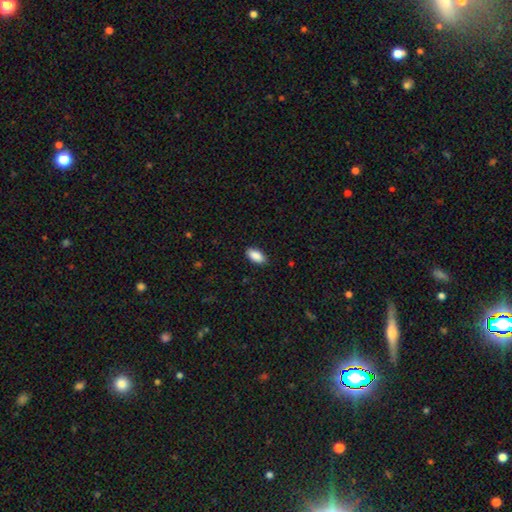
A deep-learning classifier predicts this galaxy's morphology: Smooth or featured? smooth (90%)
How rounded? in between (92%)
Merging? none (88%)